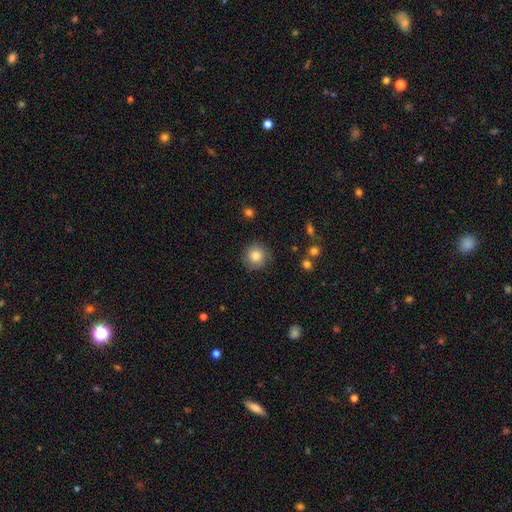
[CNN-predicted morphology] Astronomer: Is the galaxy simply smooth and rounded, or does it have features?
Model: smooth — 84%.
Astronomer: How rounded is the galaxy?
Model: round — 94%.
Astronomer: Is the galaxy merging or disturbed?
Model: none — 88%.